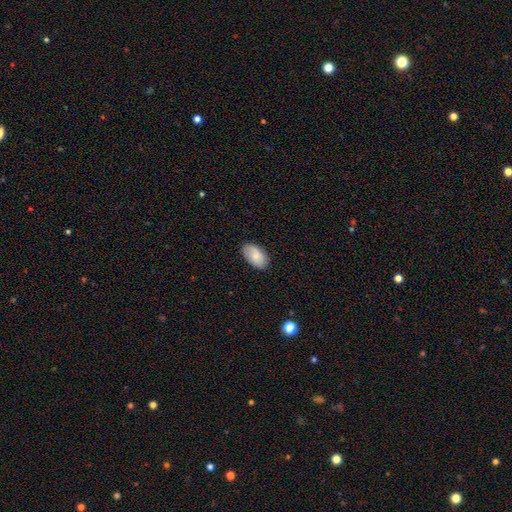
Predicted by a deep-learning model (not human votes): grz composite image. It shows a smooth galaxy with no disk features (81%) that is in between round and cigar-shaped (94%). Merging: none (84%).